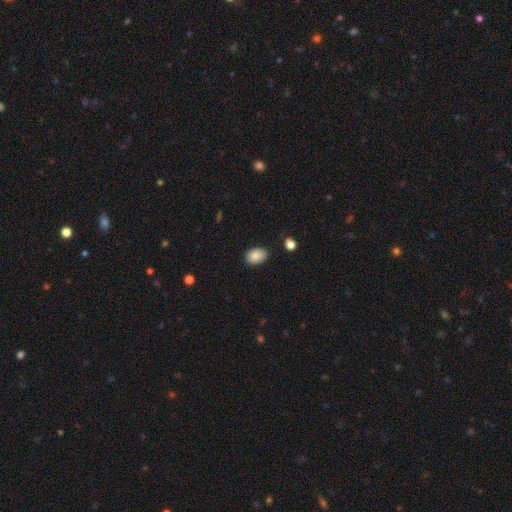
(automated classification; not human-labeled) Smooth or featured? Predicted: smooth (p=0.86). How rounded? Predicted: in between (p=0.79). Merging? Predicted: none (p=0.83).